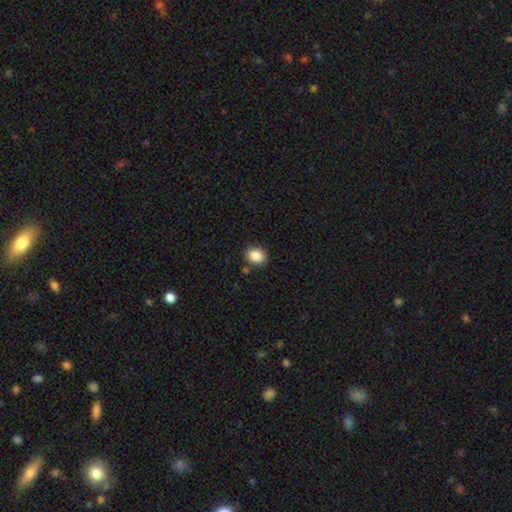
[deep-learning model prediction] Smooth or featured? smooth (87%)
How rounded? in between (54%)
Merging? none (84%)